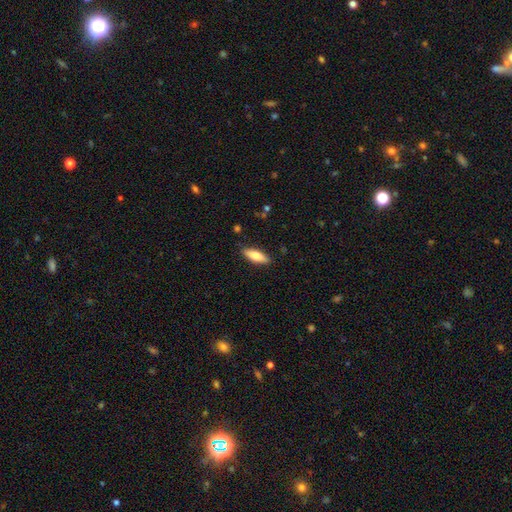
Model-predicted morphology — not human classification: Smooth or featured? Predicted: smooth (p=0.75). How rounded? Predicted: in between (p=0.58). Merging? Predicted: none (p=0.86).